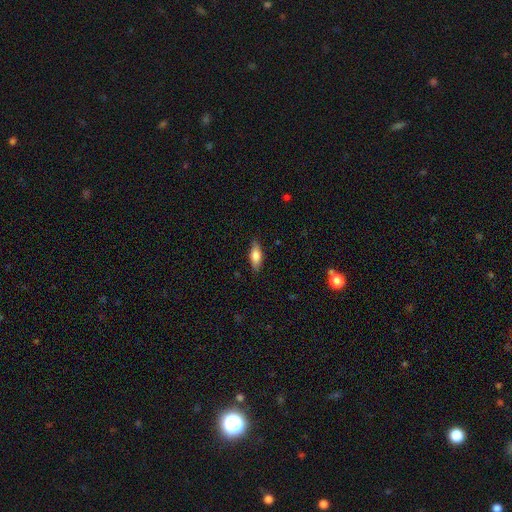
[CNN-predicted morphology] type=smooth (71%); roundness=in between (69%); merging=none (85%).